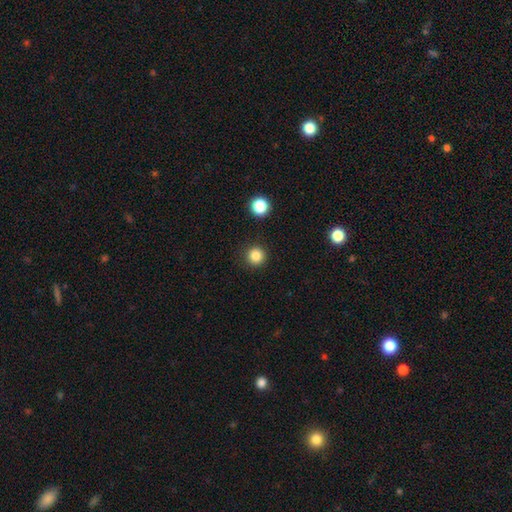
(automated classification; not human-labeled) Smooth or featured?
  - smooth: 84% *
  - star or artifact: 12%
  - featured or disk: 4%
How rounded?
  - round: 96% *
  - in between: 3%
  - cigar-shaped: 1%
Merging?
  - none: 91% *
  - minor disturbance: 5%
  - major disturbance: 2%
  - merger: 2%